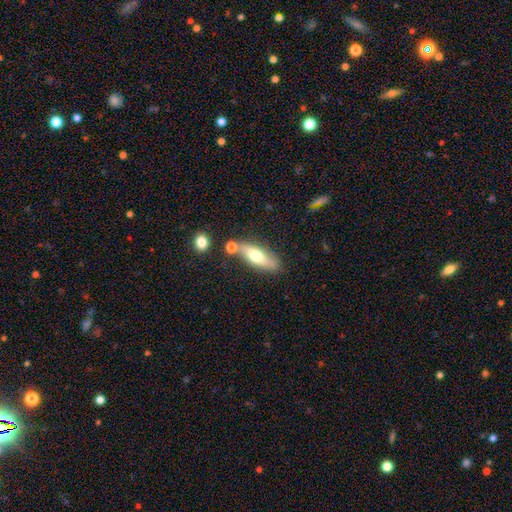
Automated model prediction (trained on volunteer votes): A smooth galaxy with no disk features (58%) that is in between round and cigar-shaped (56%).

Vote fractions:
- Smooth or featured? smooth: 58% / featured or disk: 35% / star or artifact: 7%
- How rounded? in between: 56% / cigar-shaped: 41% / round: 3%
- Merging? none: 68% / minor disturbance: 16% / merger: 13% / major disturbance: 4%